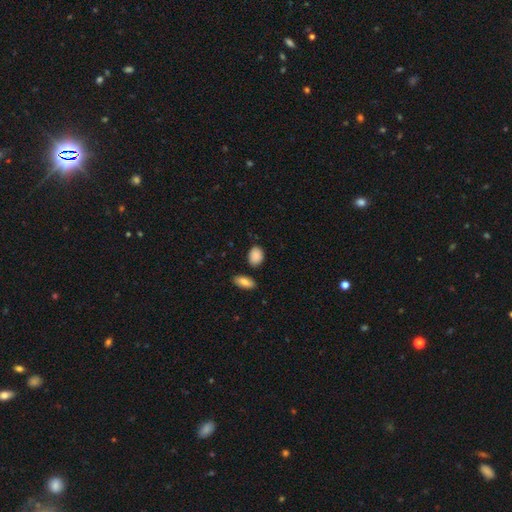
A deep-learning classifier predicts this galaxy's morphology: Overall: smooth (88%). How rounded: in between (74%). Merging: none (79%).